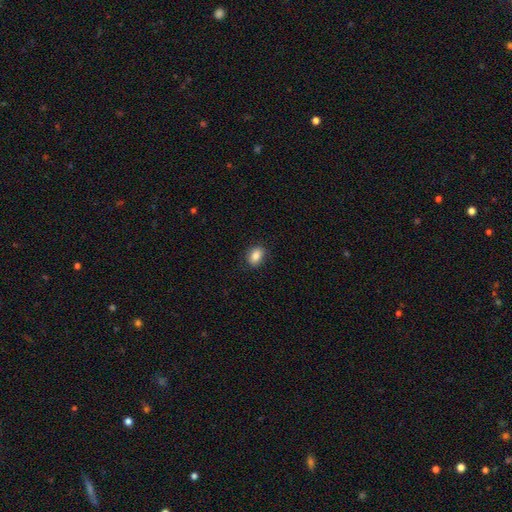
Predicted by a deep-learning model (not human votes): This is clearly a smooth galaxy (85%). How rounded: clearly in between (80%). Merging: clearly none (86%).